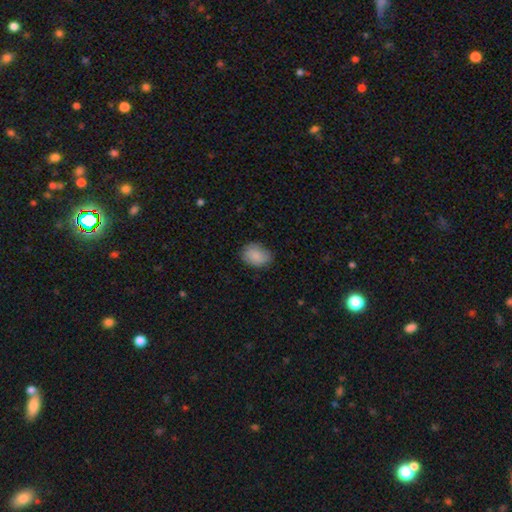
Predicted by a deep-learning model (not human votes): A smooth galaxy with no disk features (88%) that is in between round and cigar-shaped (68%).

Vote fractions:
- Smooth or featured? smooth: 88% / star or artifact: 7% / featured or disk: 5%
- How rounded? in between: 68% / round: 31% / cigar-shaped: 1%
- Merging? none: 76% / minor disturbance: 19% / major disturbance: 4% / merger: 1%